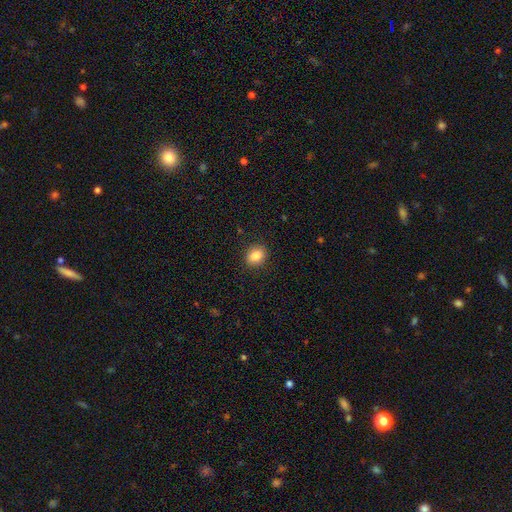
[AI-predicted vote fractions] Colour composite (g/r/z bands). It shows a smooth galaxy with no disk features (85%) that is round (51%). Merging: none (89%).